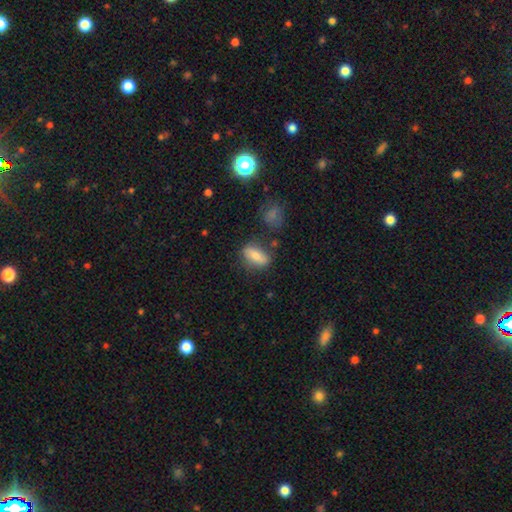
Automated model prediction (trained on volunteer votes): Morphology: type=smooth (72%); roundness=in between (80%); merging=none (69%).